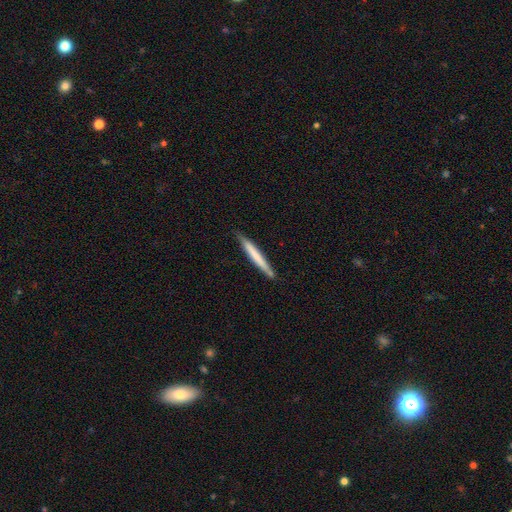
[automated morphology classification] Q: Smooth or featured?
A: smooth (62%); runner-up: featured or disk (33%)
Q: How rounded?
A: cigar-shaped (97%); runner-up: in between (2%)
Q: Merging?
A: none (82%); runner-up: minor disturbance (14%)